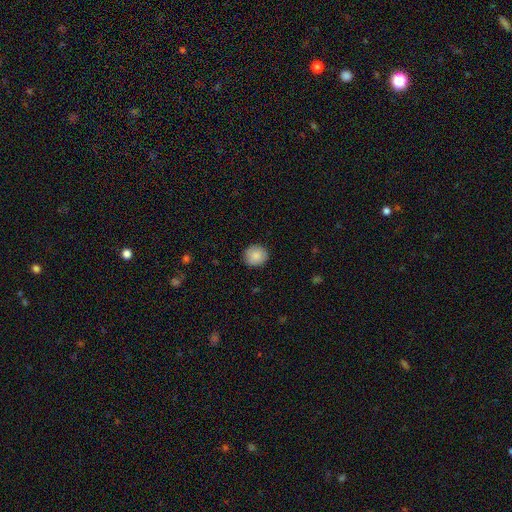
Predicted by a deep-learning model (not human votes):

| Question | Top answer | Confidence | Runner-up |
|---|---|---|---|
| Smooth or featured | smooth | 86% | star or artifact (8%) |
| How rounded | round | 87% | in between (12%) |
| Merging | none | 90% | minor disturbance (8%) |